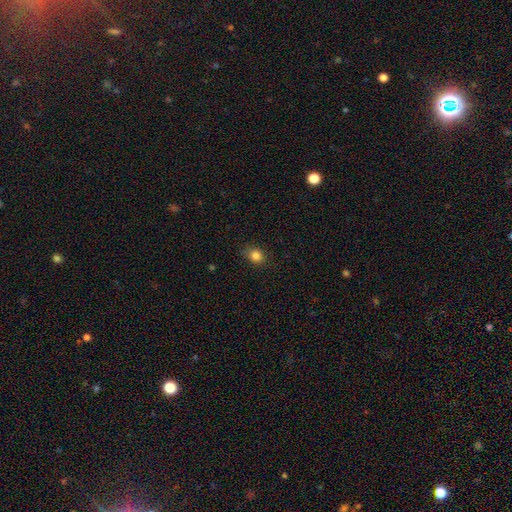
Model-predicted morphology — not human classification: A smooth galaxy with no disk features (83%) that is round (63%).

Vote fractions:
- Smooth or featured? smooth: 83% / star or artifact: 12% / featured or disk: 5%
- How rounded? round: 63% / in between: 36% / cigar-shaped: 1%
- Merging? none: 82% / minor disturbance: 14% / major disturbance: 3% / merger: 1%